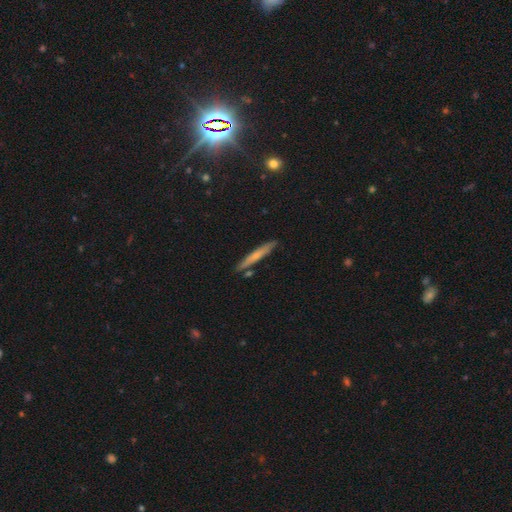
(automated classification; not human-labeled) Smooth or featured? smooth (56%)
How rounded? cigar-shaped (95%)
Merging? none (85%)